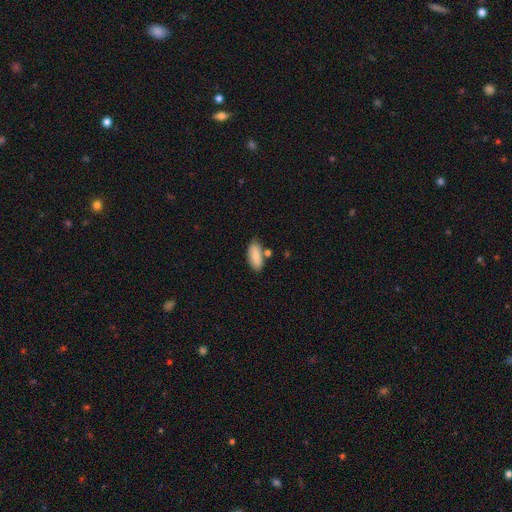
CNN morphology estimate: type=smooth (82%); roundness=in between (83%); merging=none (71%).